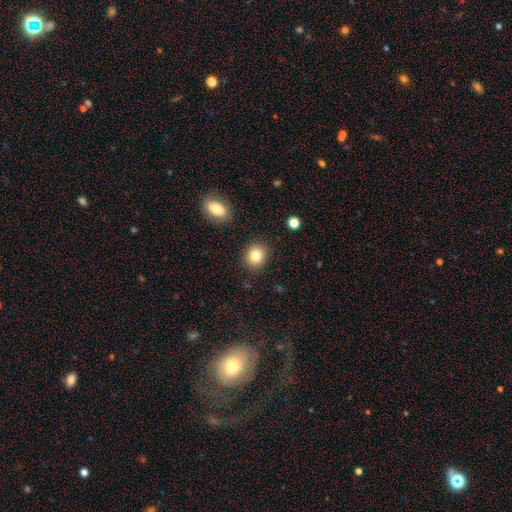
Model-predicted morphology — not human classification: smooth_or_featured: smooth (p=0.82) [alt: star or artifact p=0.10]
how_rounded: round (p=0.70) [alt: in between p=0.29]
merging: none (p=0.88) [alt: minor disturbance p=0.07]